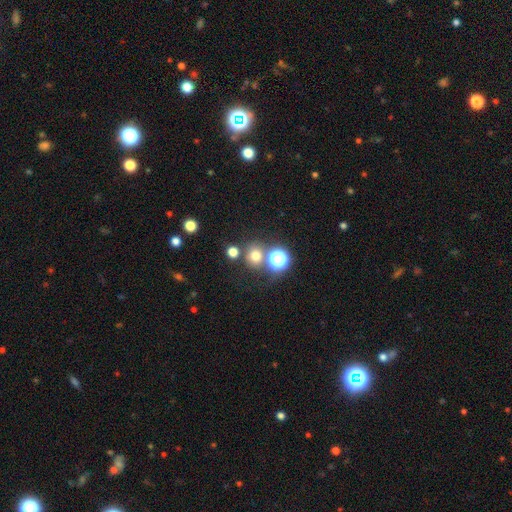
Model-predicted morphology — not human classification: The model was most divided on "smooth or featured": smooth: 68%, star or artifact: 24%, featured or disk: 9%. More confident: how rounded — round (86%); merging — none (67%).